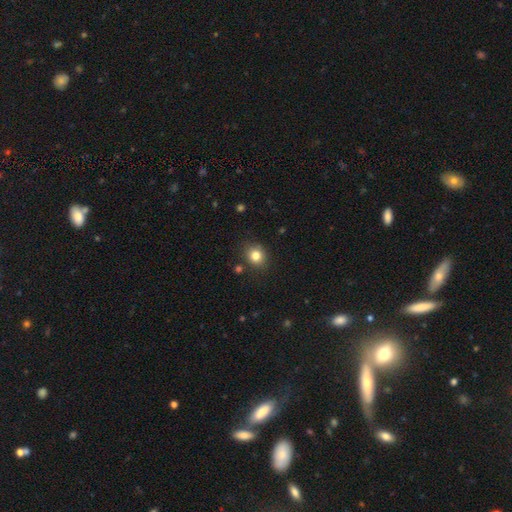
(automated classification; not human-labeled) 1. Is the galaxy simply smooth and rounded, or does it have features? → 81% smooth, 12% star or artifact, 7% featured or disk.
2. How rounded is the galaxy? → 73% round, 26% in between, 1% cigar-shaped.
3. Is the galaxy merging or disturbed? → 84% none, 10% minor disturbance, 3% merger, 3% major disturbance.